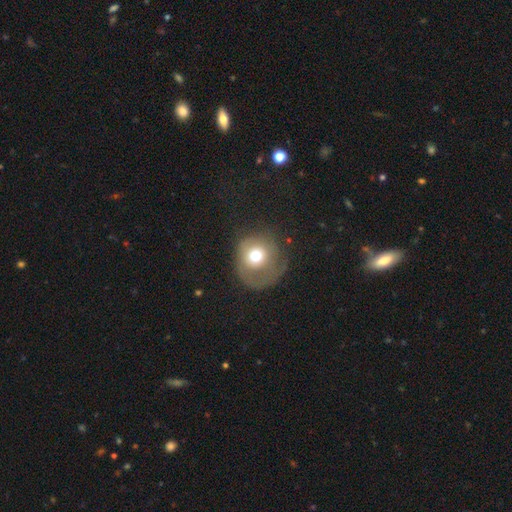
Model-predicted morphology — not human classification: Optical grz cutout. It shows a smooth galaxy with no disk features (62%) that is round (83%). Merging: none (38%).